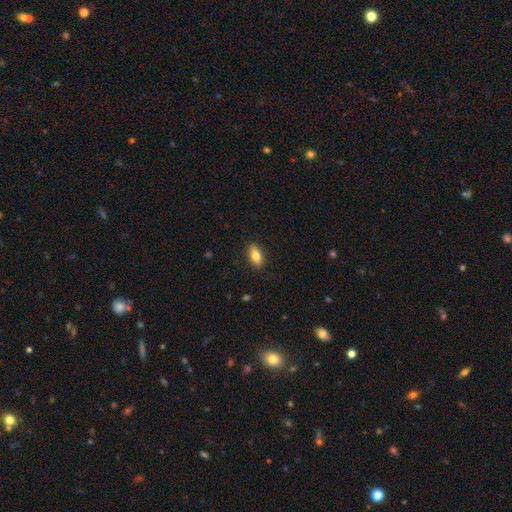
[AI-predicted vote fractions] The model was most divided on "smooth or featured": smooth: 81%, featured or disk: 12%, star or artifact: 7%. More confident: how rounded — in between (88%); merging — none (87%).